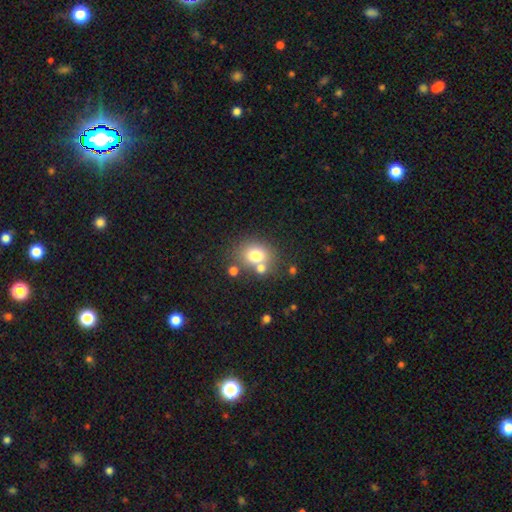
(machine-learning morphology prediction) This appears to be a smooth galaxy with no disk features (73%) that is round (63%). Merging: none (56%).